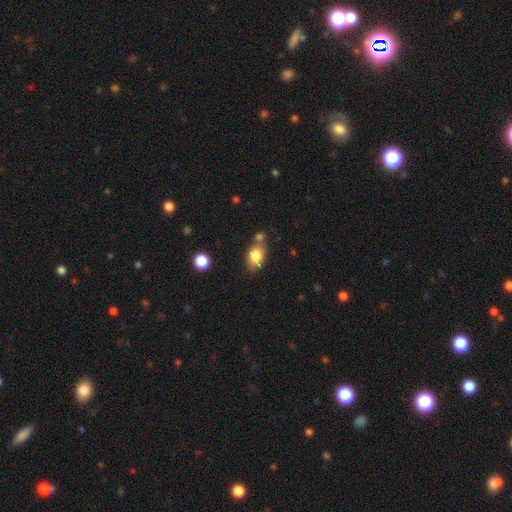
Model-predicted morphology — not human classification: Q: Smooth or featured?
A: smooth (83%); runner-up: featured or disk (9%)
Q: How rounded?
A: in between (80%); runner-up: round (18%)
Q: Merging?
A: none (59%); runner-up: merger (21%)